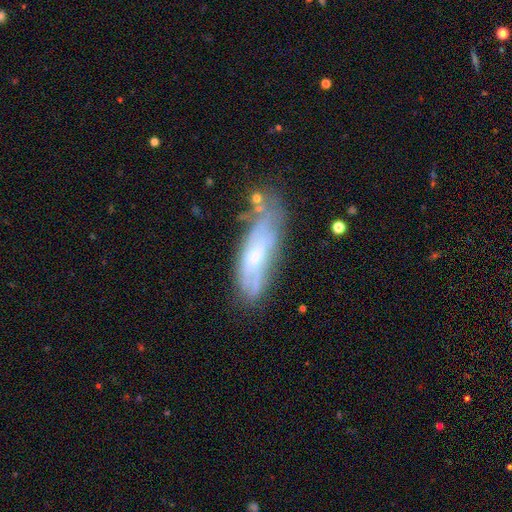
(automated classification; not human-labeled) A featured or disk galaxy (59%). Merging: none (55%).